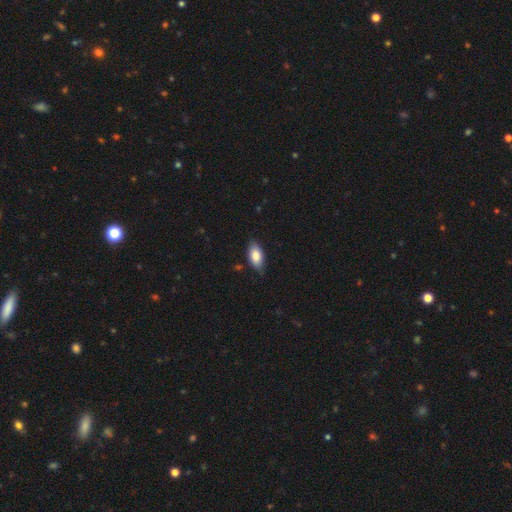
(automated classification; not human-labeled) A smooth galaxy with no disk features (82%) that is in between round and cigar-shaped (90%). Merging: none (78%).